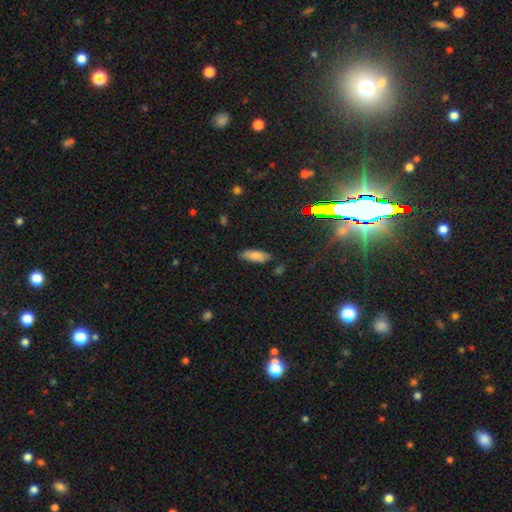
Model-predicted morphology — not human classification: Q: Smooth or featured?
A: smooth (81%); runner-up: featured or disk (10%)
Q: How rounded?
A: in between (69%); runner-up: cigar-shaped (29%)
Q: Merging?
A: none (81%); runner-up: minor disturbance (14%)